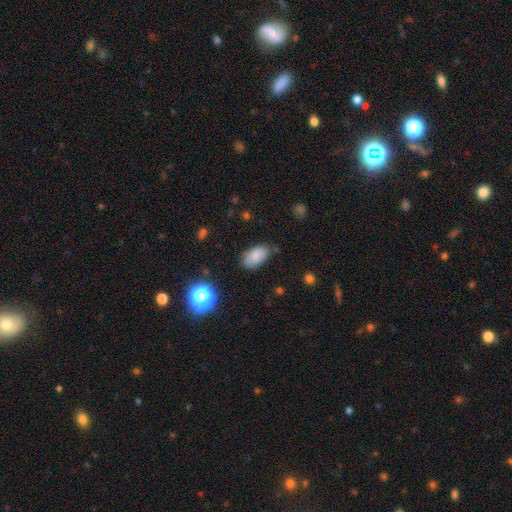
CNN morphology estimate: Smooth or featured? Predicted: smooth (p=0.79). How rounded? Predicted: in between (p=0.93). Merging? Predicted: none (p=0.74).